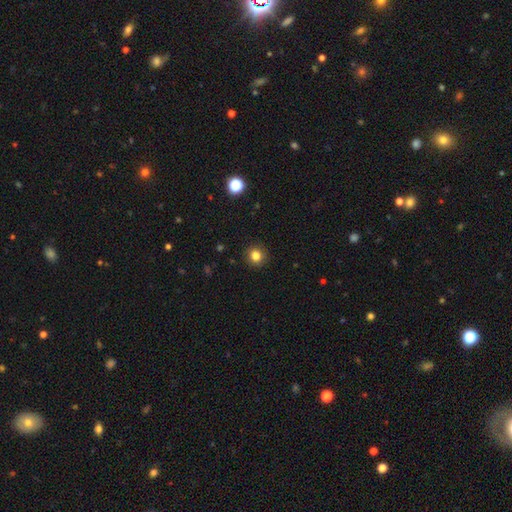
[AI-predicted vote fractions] This appears to be a smooth galaxy with no disk features (82%) that is round (90%). Merging: none (91%).